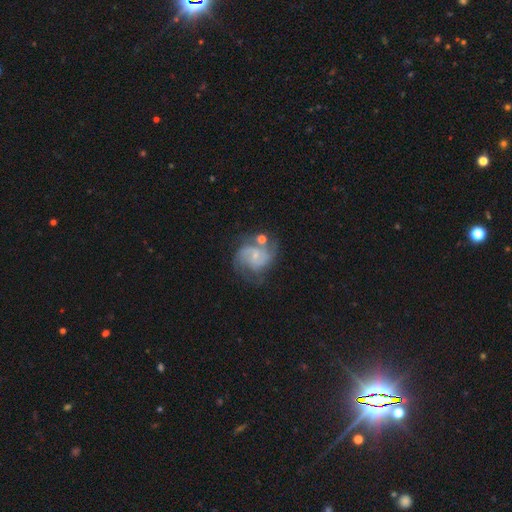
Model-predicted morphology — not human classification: Overall: featured or disk (81%). Edge-on disk: no (98%). Bar: no (55%; weak 38%). Spiral arms: yes (93%). Spiral arm count: 2 (52%; can't tell 19%). Spiral winding: medium (47%; tight 36%). Bulge size: small (74%). Merging: none (51%; minor disturbance 21%).